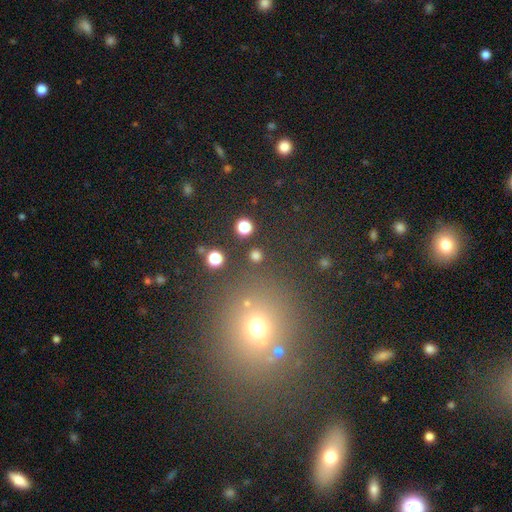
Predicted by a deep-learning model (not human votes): smooth 78%, star or artifact 18%, featured or disk 4%. Down the decision tree: how rounded — round (92%); merging — none (89%).